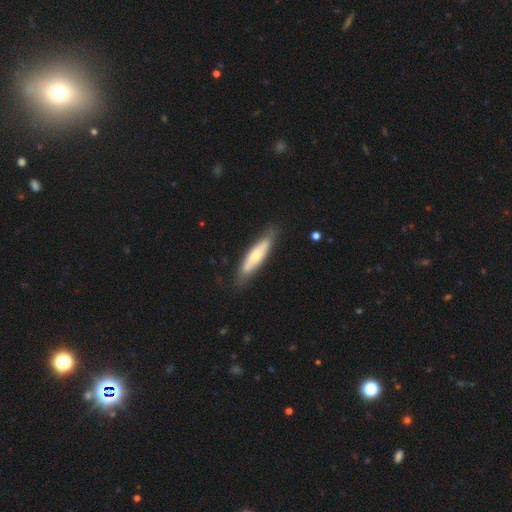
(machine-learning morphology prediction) type=featured or disk (50%); merging=none (78%).